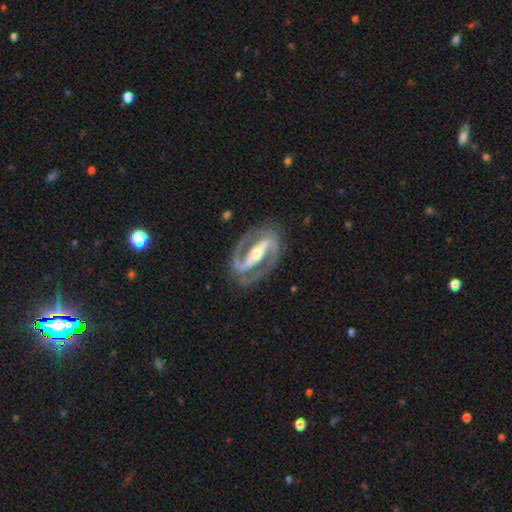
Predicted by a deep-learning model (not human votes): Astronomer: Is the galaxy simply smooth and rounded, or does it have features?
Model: featured or disk — 92%.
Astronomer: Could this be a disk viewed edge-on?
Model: no — 96%.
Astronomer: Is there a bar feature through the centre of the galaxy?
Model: strong — 75%.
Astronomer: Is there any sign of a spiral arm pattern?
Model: yes — 96%.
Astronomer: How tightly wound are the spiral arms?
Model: medium — 51% (runner-up: tight, 38%).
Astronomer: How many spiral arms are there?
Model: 2 — 93%.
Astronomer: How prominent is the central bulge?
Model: moderate — 58% (runner-up: small, 35%).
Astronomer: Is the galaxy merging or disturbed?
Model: none — 84%.